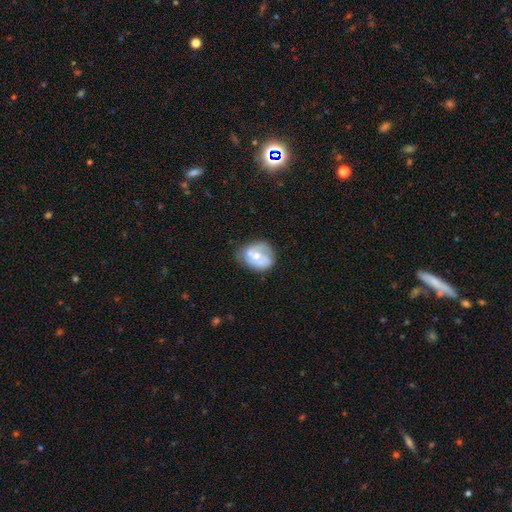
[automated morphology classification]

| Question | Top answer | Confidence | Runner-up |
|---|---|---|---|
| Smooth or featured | featured or disk | 53% | smooth (40%) |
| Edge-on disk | no | 97% | yes (3%) |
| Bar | no | 69% | weak (24%) |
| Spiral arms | no | 54% | yes (46%) |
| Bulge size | moderate | 61% | small (28%) |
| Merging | none | 45% | minor disturbance (27%) |